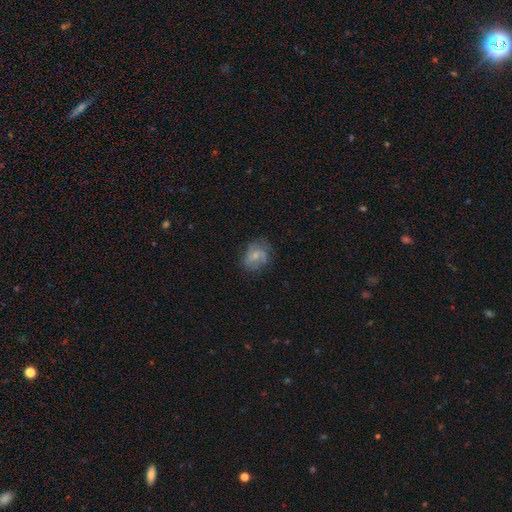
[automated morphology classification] Q: Smooth or featured?
A: featured or disk (47%); runner-up: smooth (45%)
Q: Merging?
A: none (59%); runner-up: minor disturbance (25%)